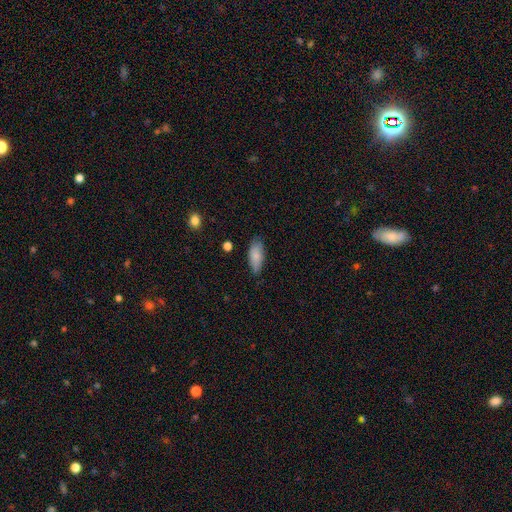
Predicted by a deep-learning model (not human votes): Overall: smooth (82%). How rounded: in between (83%). Merging: none (73%).